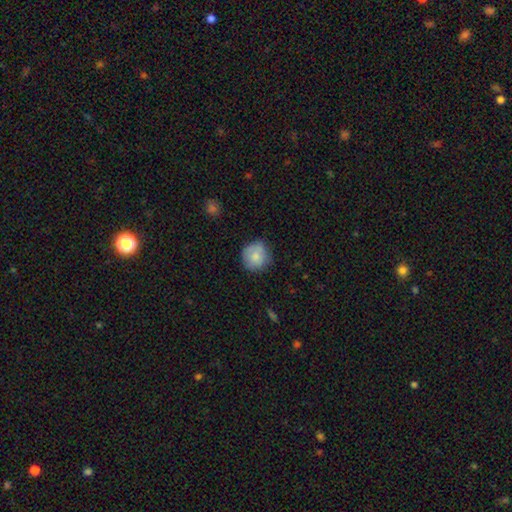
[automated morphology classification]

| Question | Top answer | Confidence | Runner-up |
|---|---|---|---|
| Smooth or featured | smooth | 78% | featured or disk (14%) |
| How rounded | round | 91% | in between (9%) |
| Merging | none | 71% | minor disturbance (22%) |